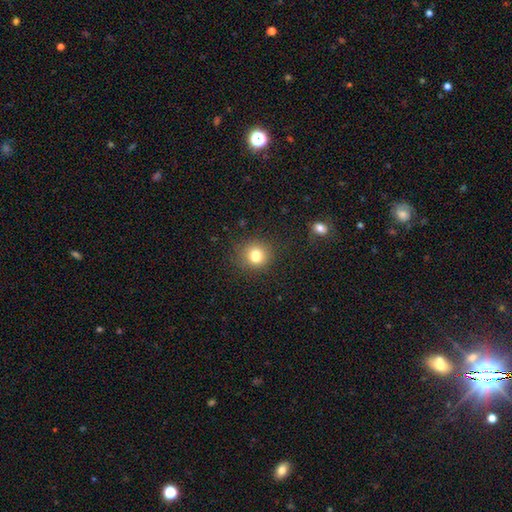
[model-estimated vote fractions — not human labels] Overall: smooth (80%). How rounded: round (85%). Merging: none (82%).